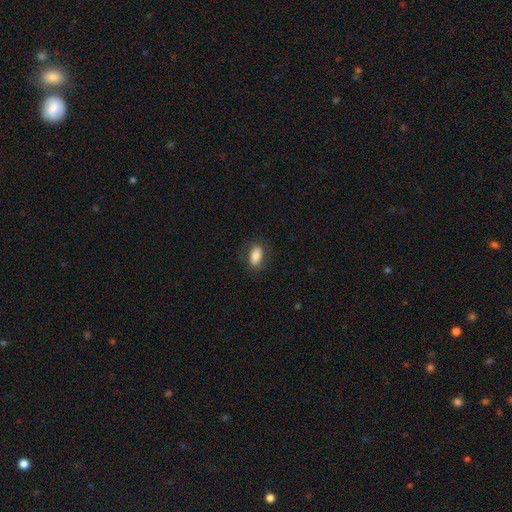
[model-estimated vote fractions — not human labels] Smooth or featured? smooth (82%)
How rounded? in between (89%)
Merging? none (82%)